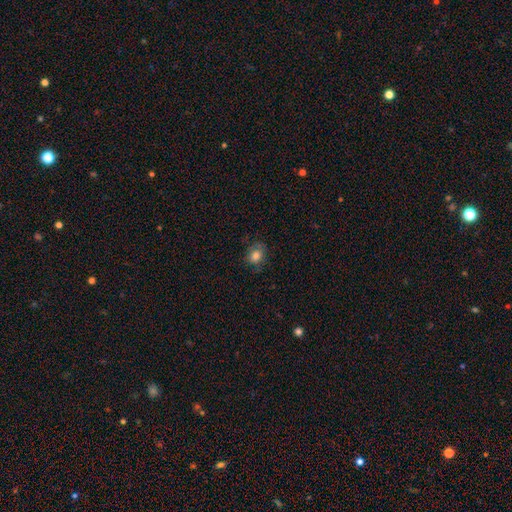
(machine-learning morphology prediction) type=smooth (79%); roundness=in between (50%); merging=none (70%).